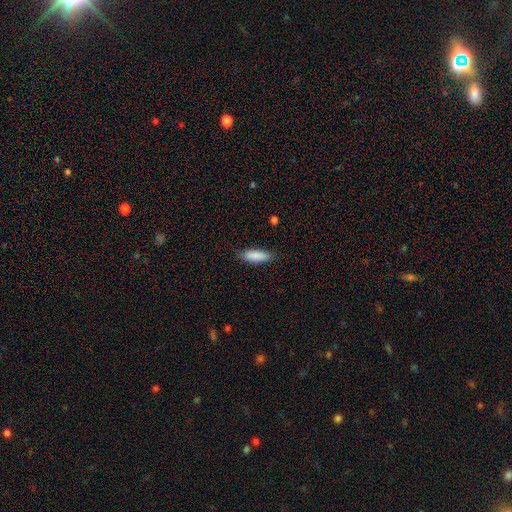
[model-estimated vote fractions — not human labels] A smooth galaxy with no disk features (87%) that is in between round and cigar-shaped (55%). Merging: none (79%).